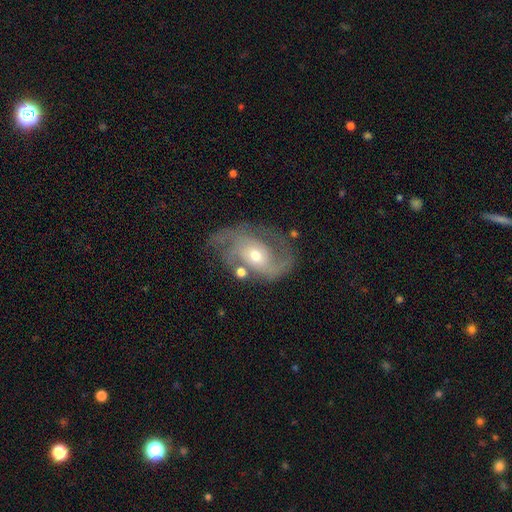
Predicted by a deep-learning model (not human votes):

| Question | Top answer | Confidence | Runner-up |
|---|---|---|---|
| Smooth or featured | featured or disk | 84% | smooth (10%) |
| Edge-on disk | no | 97% | yes (3%) |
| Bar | no | 63% | weak (29%) |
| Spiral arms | yes | 94% | no (6%) |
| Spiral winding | medium | 48% | tight (29%) |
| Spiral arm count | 2 | 65% | can't tell (13%) |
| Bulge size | moderate | 53% | small (42%) |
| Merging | none | 58% | minor disturbance (20%) |